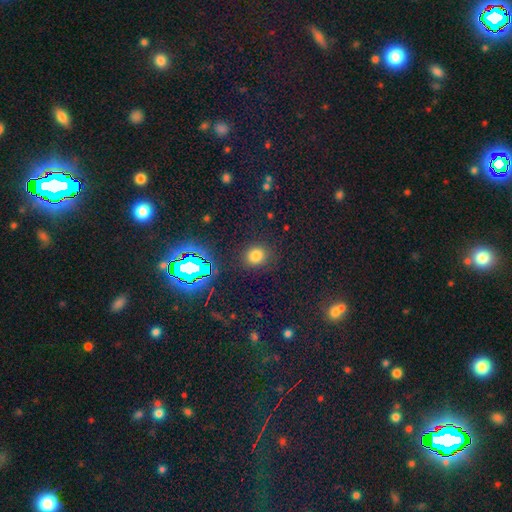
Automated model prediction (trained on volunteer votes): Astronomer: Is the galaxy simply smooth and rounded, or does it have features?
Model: smooth — 72%.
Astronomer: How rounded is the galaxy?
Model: round — 80%.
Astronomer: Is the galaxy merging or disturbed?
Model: none — 87%.